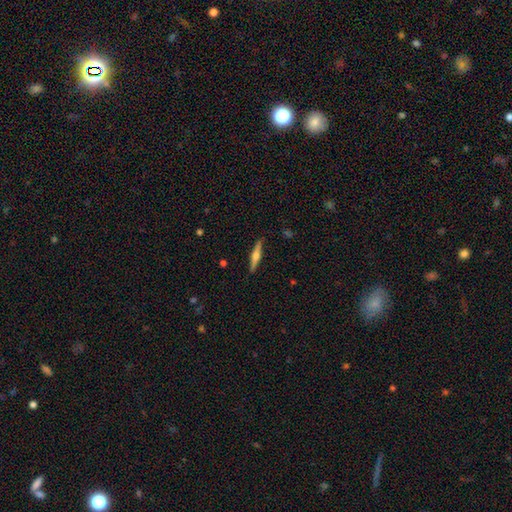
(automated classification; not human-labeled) Q: Smooth or featured?
A: featured or disk (66%); runner-up: smooth (28%)
Q: Edge-on disk?
A: yes (98%); runner-up: no (2%)
Q: Edge-on bulge?
A: rounded (91%); runner-up: boxy (5%)
Q: Merging?
A: none (90%); runner-up: minor disturbance (7%)